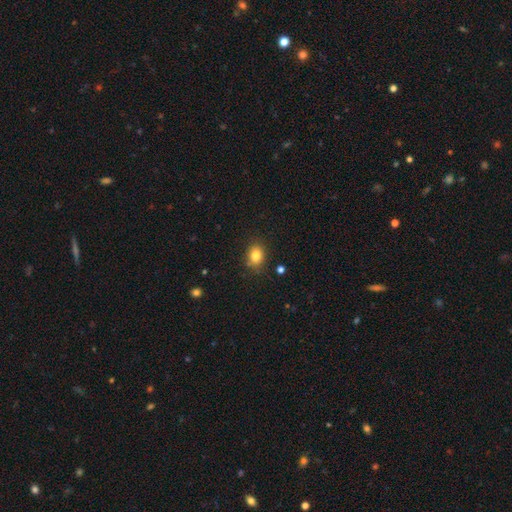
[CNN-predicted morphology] The model was most divided on "how rounded": in between: 57%, round: 42%, cigar-shaped: 1%. More confident: smooth or featured — smooth (83%); merging — none (82%).